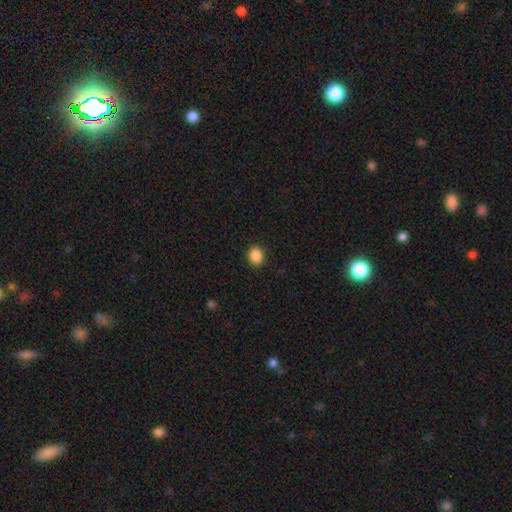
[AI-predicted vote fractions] Smooth or featured: smooth — 88% (star or artifact — 10%)
How rounded: round — 58% (in between — 41%)
Merging: none — 90% (minor disturbance — 7%)